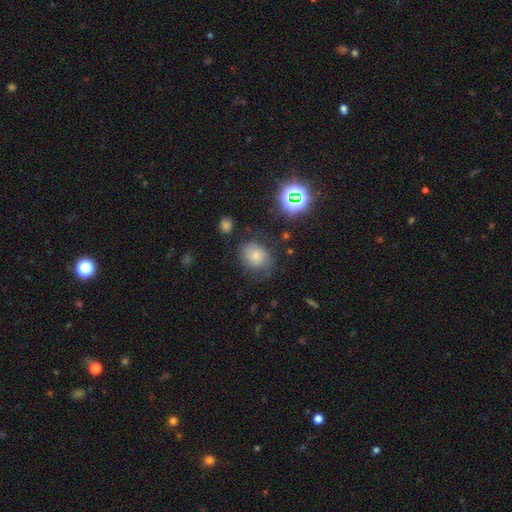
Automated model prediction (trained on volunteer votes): This appears to be a smooth galaxy with no disk features (69%) that is round (61%). Merging: none (60%).